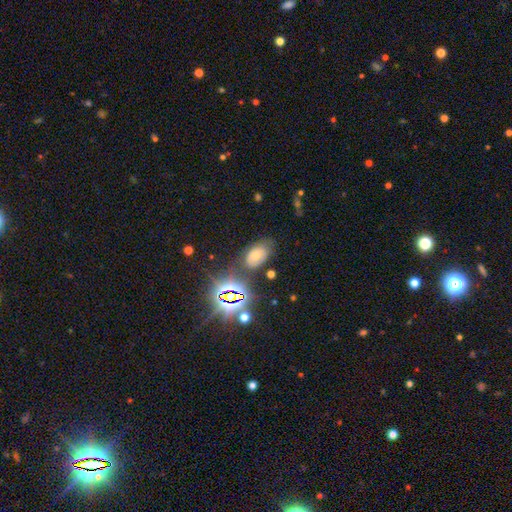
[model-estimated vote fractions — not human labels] smooth_or_featured: smooth (p=0.52) [alt: star or artifact p=0.28]
how_rounded: in between (p=0.88) [alt: round p=0.11]
merging: none (p=0.69) [alt: minor disturbance p=0.20]